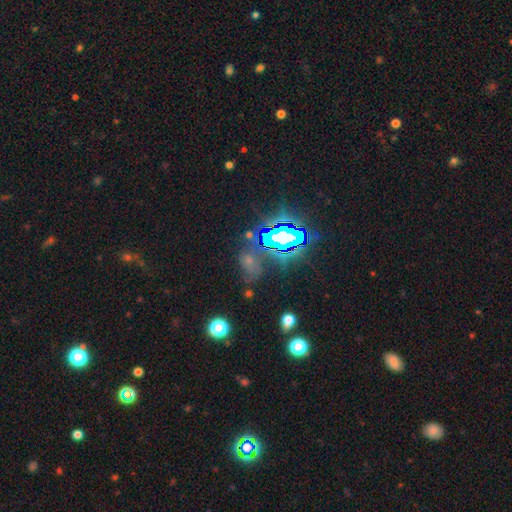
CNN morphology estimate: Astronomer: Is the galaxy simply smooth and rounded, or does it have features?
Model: star or artifact — 75%.